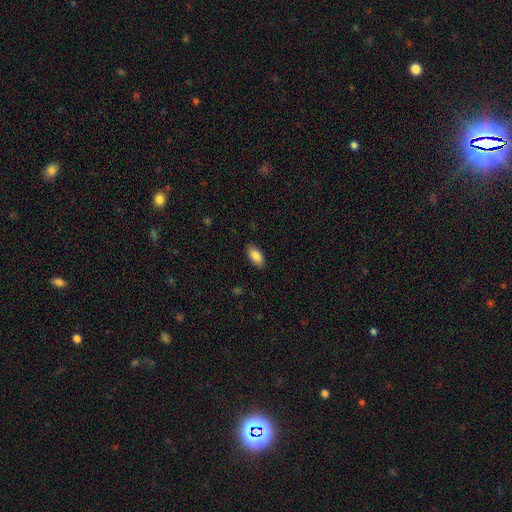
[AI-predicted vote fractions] A smooth galaxy with no disk features (88%) that is in between round and cigar-shaped (92%). Merging: none (87%).